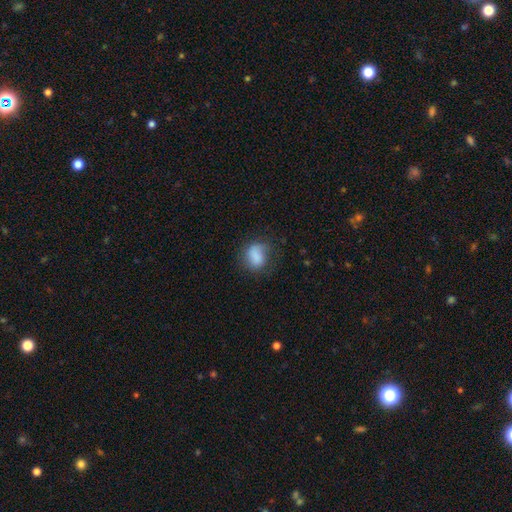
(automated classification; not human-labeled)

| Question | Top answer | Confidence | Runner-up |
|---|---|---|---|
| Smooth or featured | smooth | 80% | featured or disk (11%) |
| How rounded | in between | 56% | round (42%) |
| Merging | none | 59% | minor disturbance (26%) |